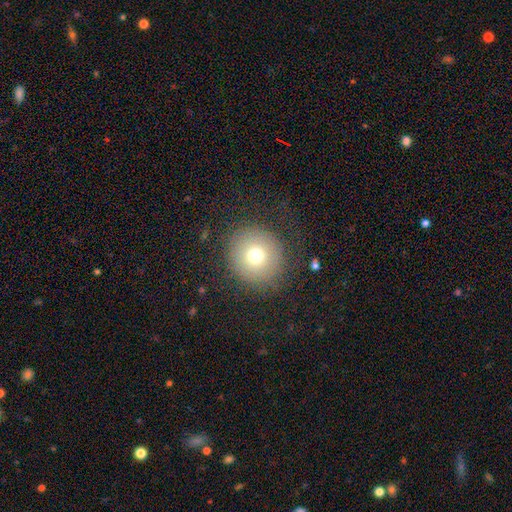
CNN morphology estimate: Overall: smooth (72%). How rounded: round (94%). Merging: none (85%).